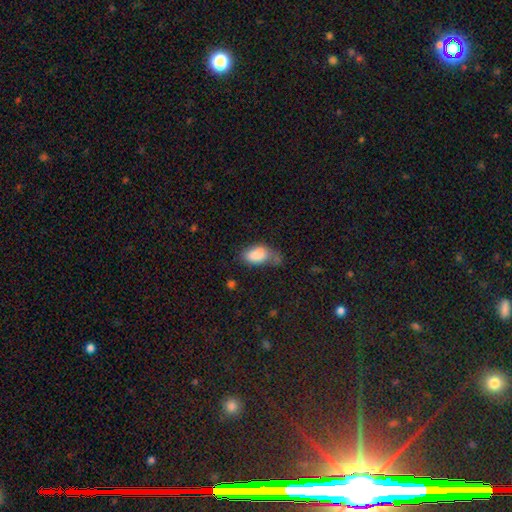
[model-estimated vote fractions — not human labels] smooth 84%, star or artifact 8%, featured or disk 8%. Down the decision tree: how rounded — in between (91%); merging — minor disturbance (34%).